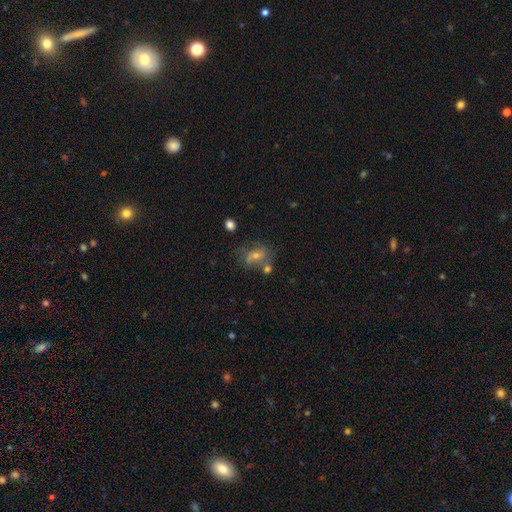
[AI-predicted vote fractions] Smooth or featured?
  - smooth: 50% *
  - featured or disk: 37%
  - star or artifact: 13%
Merging?
  - none: 47% *
  - minor disturbance: 21%
  - merger: 18%
  - major disturbance: 14%